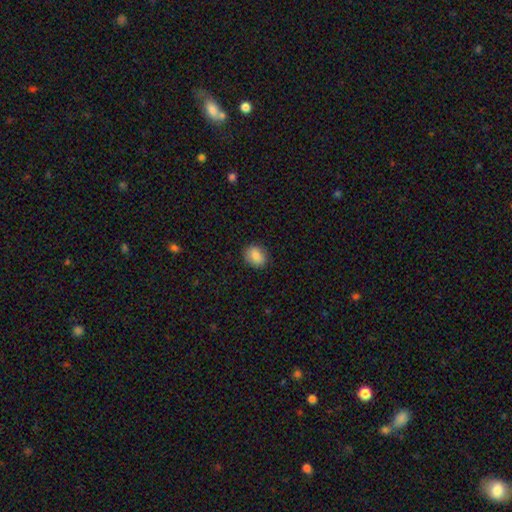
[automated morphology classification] Smooth or featured? smooth (87%)
How rounded? in between (57%)
Merging? none (87%)